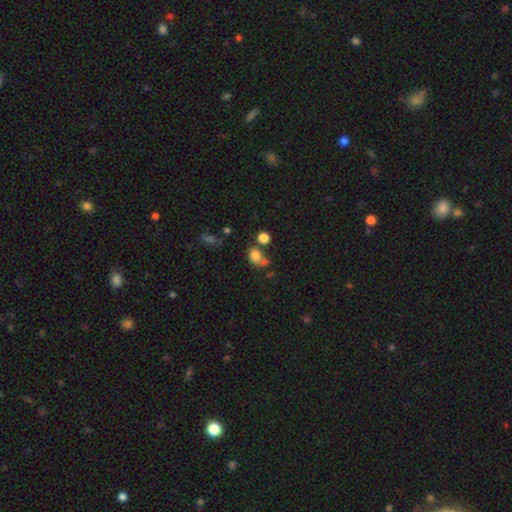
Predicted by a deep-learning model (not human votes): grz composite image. It shows a smooth galaxy with no disk features (78%) that is round (63%). Merging: none (48%).